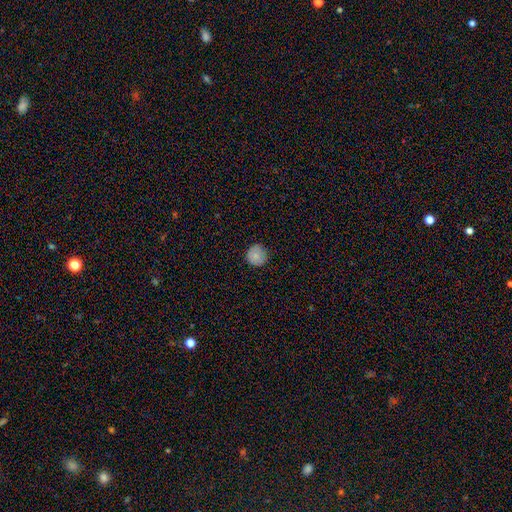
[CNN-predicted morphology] smooth 83%, featured or disk 9%, star or artifact 9%. Down the decision tree: how rounded — round (94%); merging — none (88%).